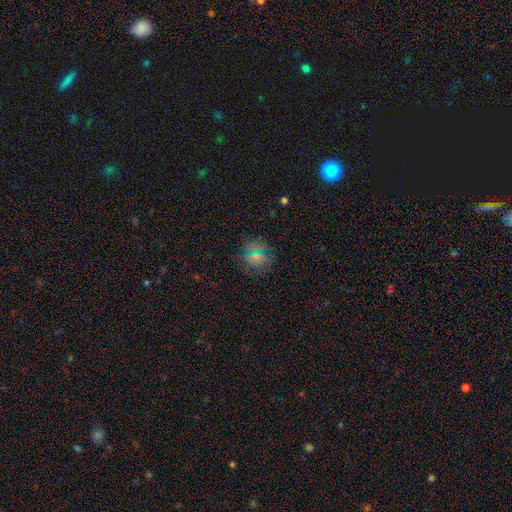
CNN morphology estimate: This appears to be a smooth galaxy with no disk features (57%) that is round (87%). Merging: none (85%).